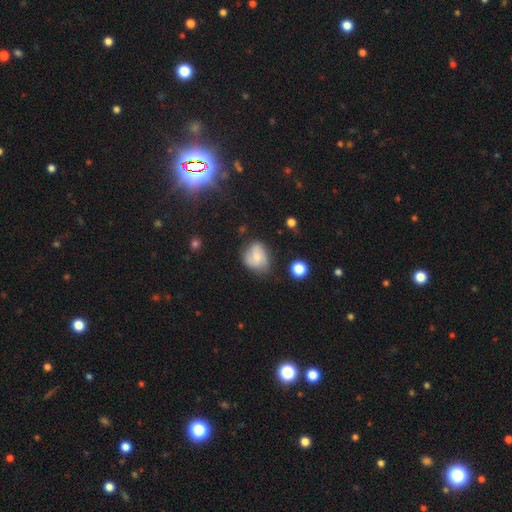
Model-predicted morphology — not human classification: Smooth or featured?
  - smooth: 50% *
  - featured or disk: 40%
  - star or artifact: 9%
How rounded?
  - round: 58% *
  - in between: 41%
  - cigar-shaped: 1%
Merging?
  - none: 57% *
  - minor disturbance: 30%
  - major disturbance: 10%
  - merger: 3%